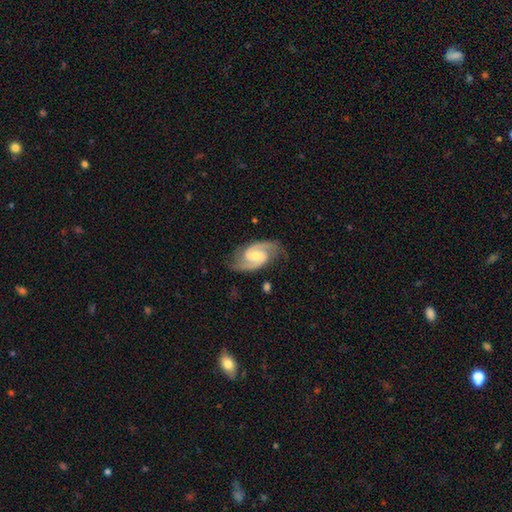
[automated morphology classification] The model was most divided on "bar": weak: 45%, no: 44%, strong: 11%. Remaining: spiral arms — yes (98%); edge-on disk — no (98%); spiral arm count — 2 (93%); smooth or featured — featured or disk (91%); merging — none (79%); spiral winding — medium (55%); bulge size — moderate (49%).